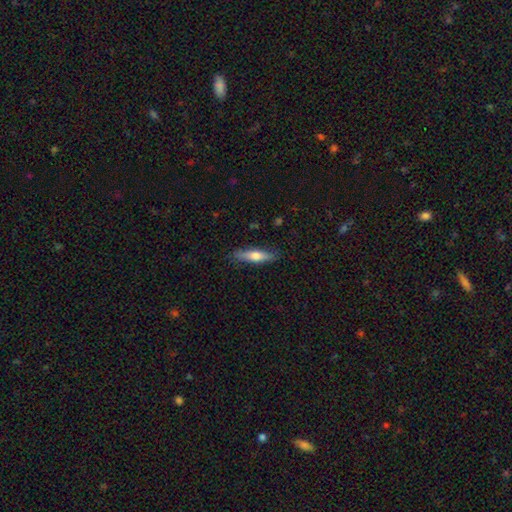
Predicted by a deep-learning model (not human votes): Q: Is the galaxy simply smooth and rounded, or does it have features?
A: smooth — 59%.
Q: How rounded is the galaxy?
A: cigar-shaped — 75%.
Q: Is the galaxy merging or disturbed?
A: none — 86%.